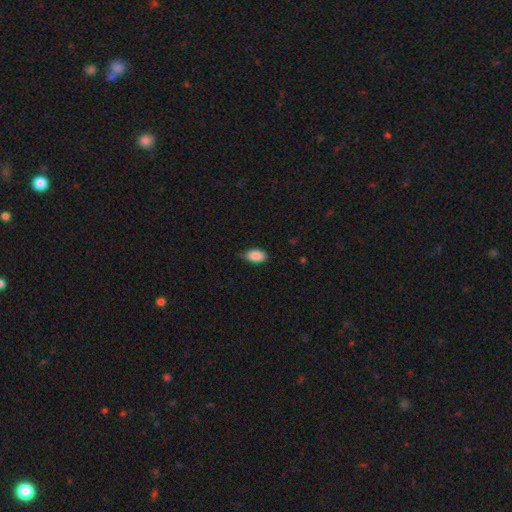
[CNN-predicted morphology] Overall: smooth (89%). How rounded: in between (93%). Merging: none (74%).